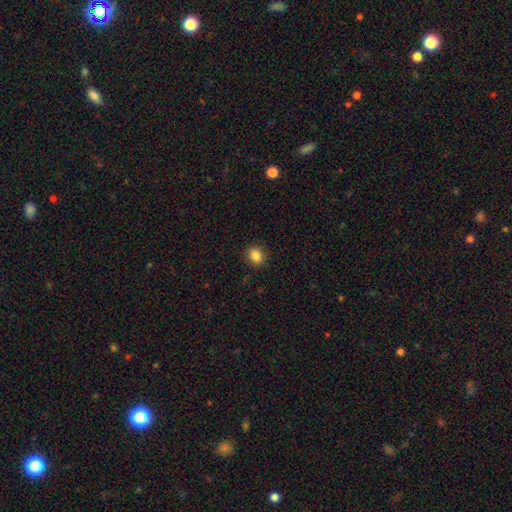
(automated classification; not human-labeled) Smooth or featured? Predicted: smooth (p=0.86). How rounded? Predicted: round (p=0.68). Merging? Predicted: none (p=0.89).